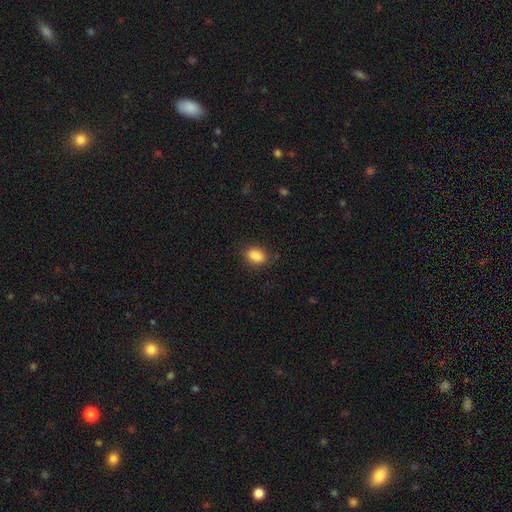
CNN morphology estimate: This appears to be a smooth galaxy with no disk features (88%) that is in between round and cigar-shaped (84%). Merging: none (85%).